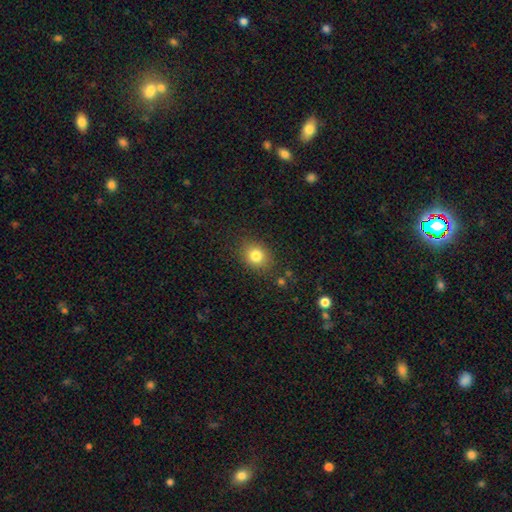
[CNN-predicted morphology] type=smooth (81%); roundness=round (60%); merging=none (84%).